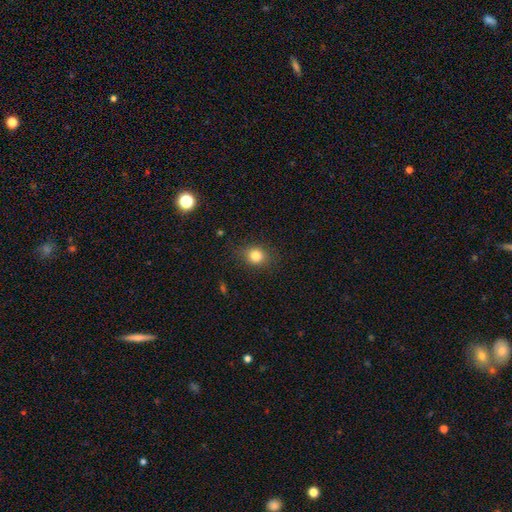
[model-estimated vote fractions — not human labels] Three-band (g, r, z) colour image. It shows a smooth galaxy with no disk features (81%) that is round (70%). Merging: none (84%).